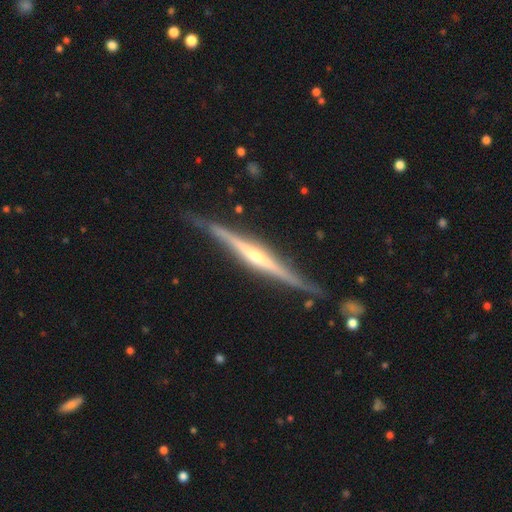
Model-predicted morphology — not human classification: Smooth or featured? featured or disk (84%)
Edge-on disk? yes (98%)
Edge-on bulge? rounded (69%)
Merging? none (83%)